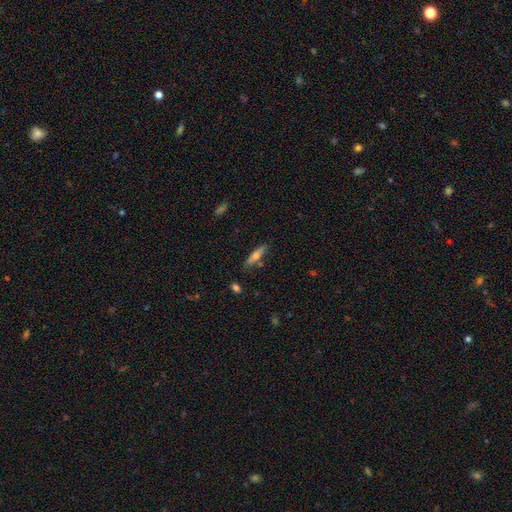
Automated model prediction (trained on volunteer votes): smooth_or_featured: smooth (p=0.49) [alt: featured or disk p=0.42]
merging: none (p=0.80) [alt: minor disturbance p=0.12]